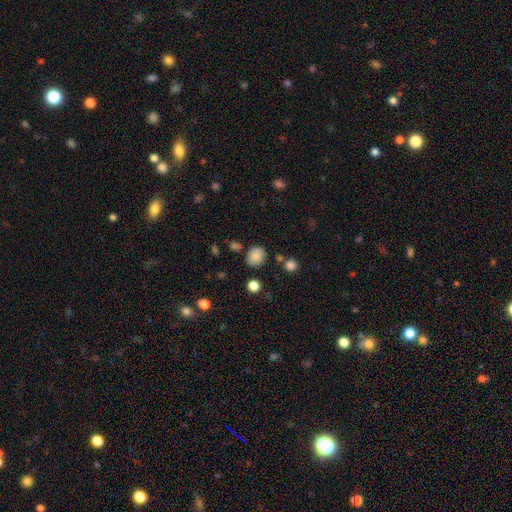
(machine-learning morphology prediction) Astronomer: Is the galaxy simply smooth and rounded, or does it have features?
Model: smooth — 83%.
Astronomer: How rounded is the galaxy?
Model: round — 69%.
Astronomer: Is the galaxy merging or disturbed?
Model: none — 76%.